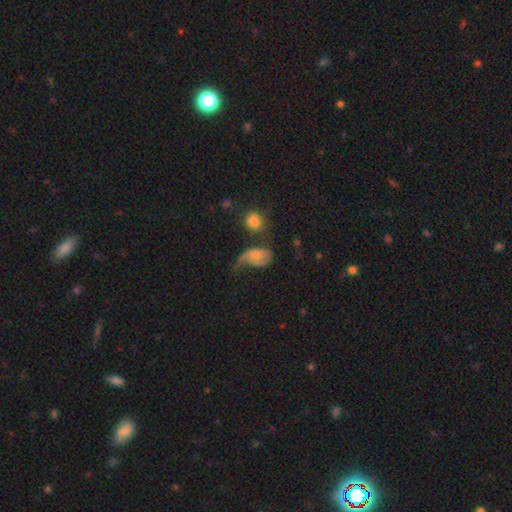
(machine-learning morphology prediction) smooth-or-featured: smooth: 46% | featured or disk: 44% | star or artifact: 9%
  merging: major disturbance: 45% | minor disturbance: 22% | none: 19% | merger: 13%